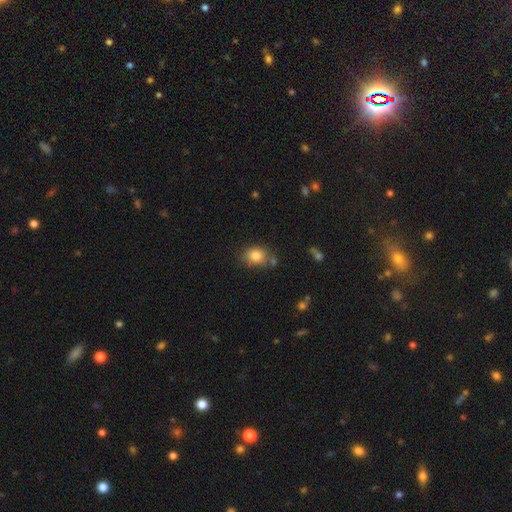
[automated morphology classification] A smooth galaxy with no disk features (83%) that is in between round and cigar-shaped (57%). Merging: none (71%).